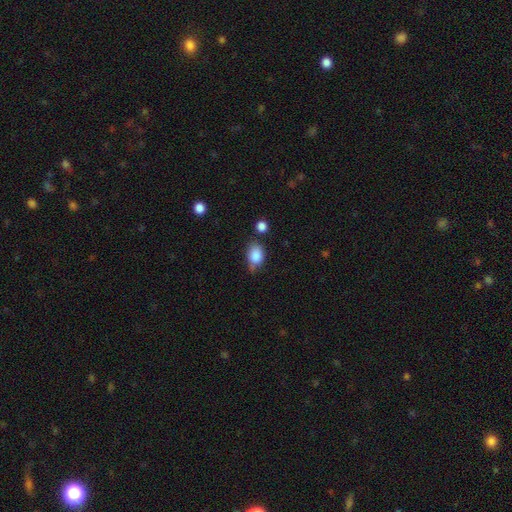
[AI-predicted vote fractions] smooth-or-featured: smooth: 86% | star or artifact: 8% | featured or disk: 6%
  how-rounded: in between: 77% | round: 21% | cigar-shaped: 2%
  merging: none: 52% | minor disturbance: 33% | major disturbance: 8% | merger: 7%